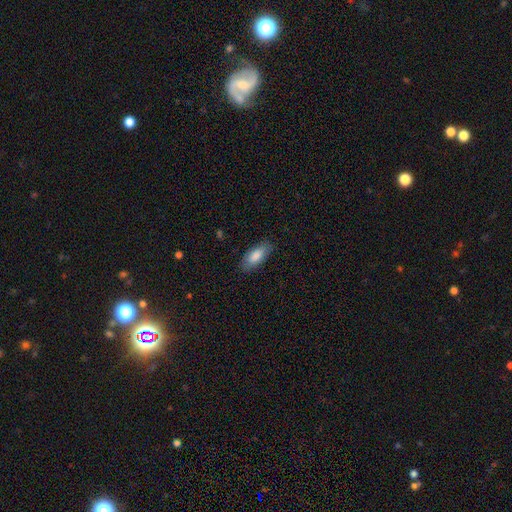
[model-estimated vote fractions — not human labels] Q: Smooth or featured?
A: smooth (85%); runner-up: featured or disk (10%)
Q: How rounded?
A: in between (81%); runner-up: cigar-shaped (17%)
Q: Merging?
A: none (83%); runner-up: minor disturbance (13%)